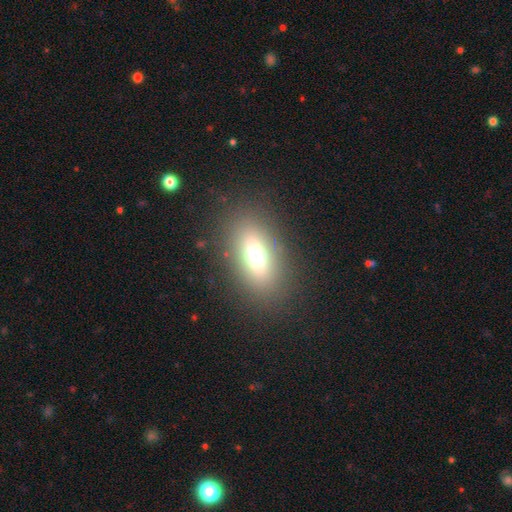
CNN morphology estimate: Smooth or featured: smooth — 67% (featured or disk — 20%)
How rounded: in between — 80% (cigar-shaped — 11%)
Merging: none — 85% (minor disturbance — 9%)